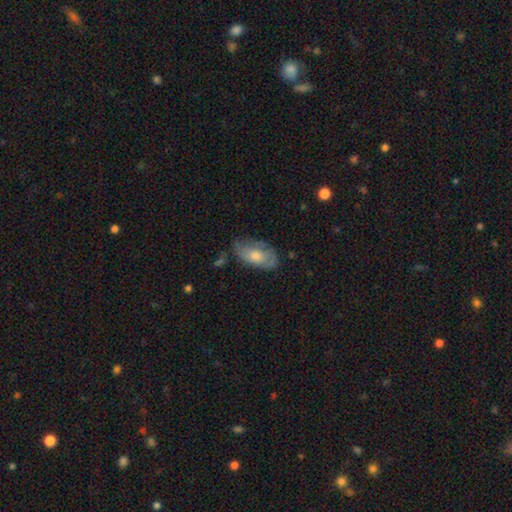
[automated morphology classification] This is possibly a smooth galaxy (56%). How rounded: clearly in between (91%). Merging: likely none (64%).